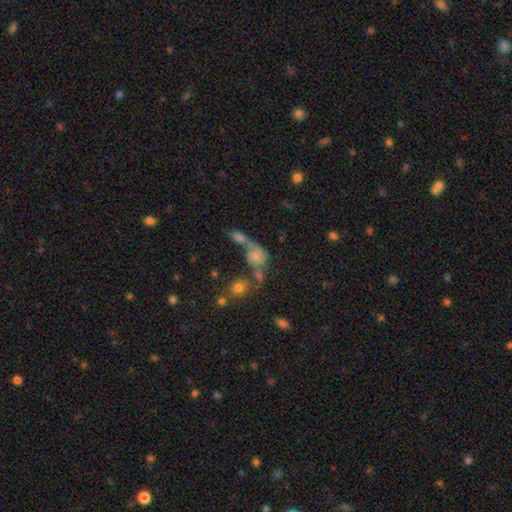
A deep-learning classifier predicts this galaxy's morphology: smooth 47%, featured or disk 39%, star or artifact 14%. Down the decision tree: merging — merger (53%).